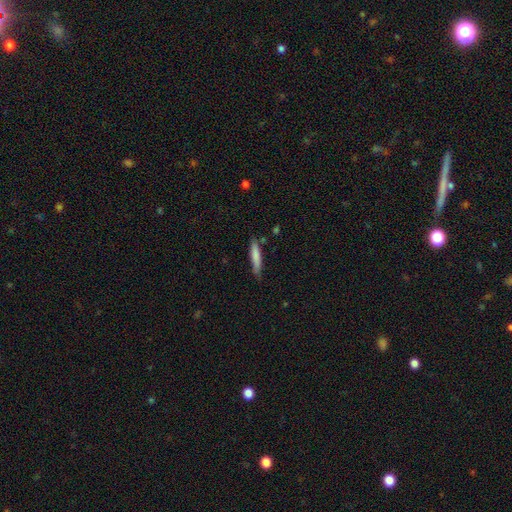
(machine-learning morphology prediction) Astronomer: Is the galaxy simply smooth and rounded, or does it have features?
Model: smooth — 78%.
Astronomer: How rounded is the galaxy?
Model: cigar-shaped — 88%.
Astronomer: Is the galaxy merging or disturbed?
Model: none — 74%.